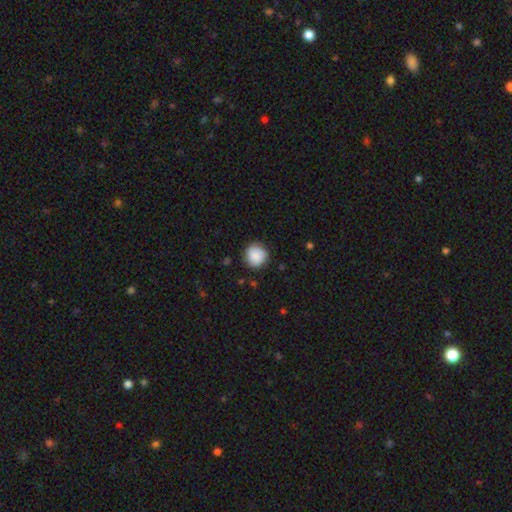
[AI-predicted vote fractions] Smooth or featured? Predicted: smooth (p=0.86). How rounded? Predicted: round (p=0.91). Merging? Predicted: none (p=0.83).